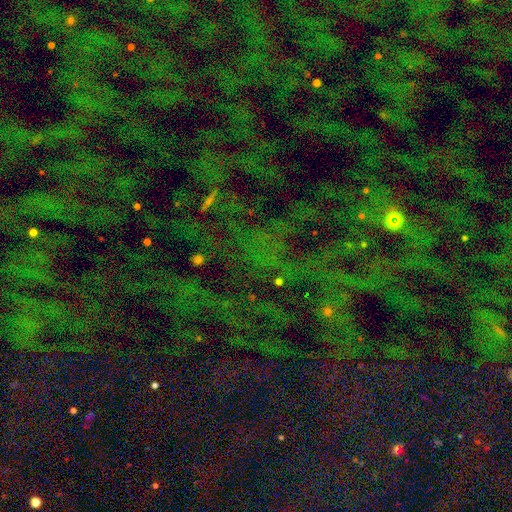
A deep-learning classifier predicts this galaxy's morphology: Overall: star or artifact (75%).